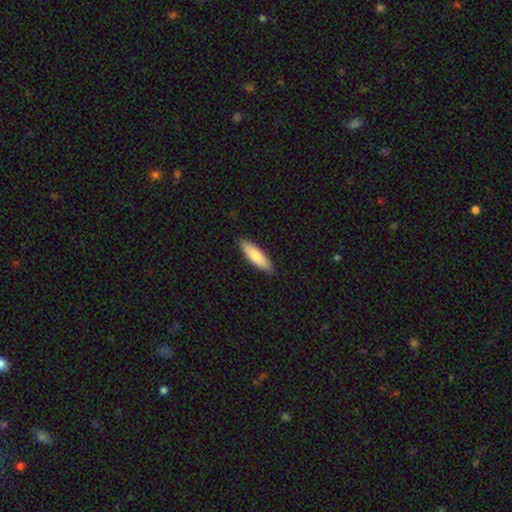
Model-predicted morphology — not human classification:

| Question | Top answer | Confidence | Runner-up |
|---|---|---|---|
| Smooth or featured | smooth | 84% | featured or disk (11%) |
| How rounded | cigar-shaped | 54% | in between (45%) |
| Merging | none | 87% | minor disturbance (11%) |